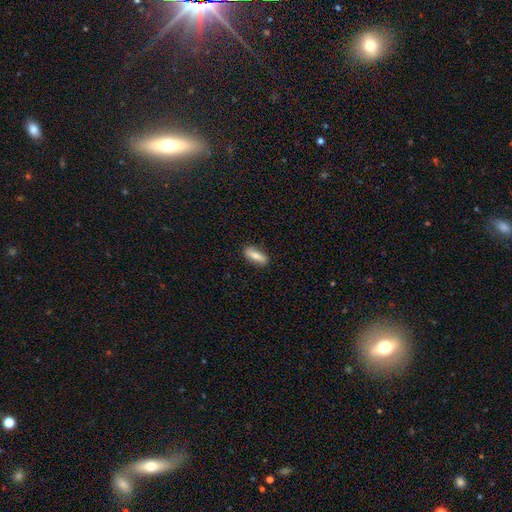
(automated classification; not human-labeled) A smooth galaxy with no disk features (73%) that is in between round and cigar-shaped (63%).

Vote fractions:
- Smooth or featured? smooth: 73% / featured or disk: 20% / star or artifact: 7%
- How rounded? in between: 63% / cigar-shaped: 34% / round: 3%
- Merging? none: 83% / minor disturbance: 13% / major disturbance: 3% / merger: 1%